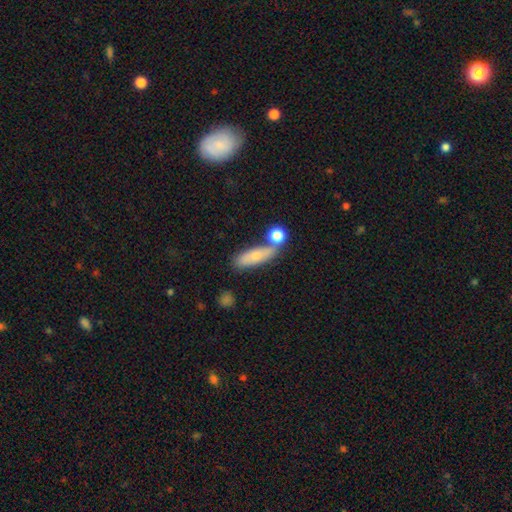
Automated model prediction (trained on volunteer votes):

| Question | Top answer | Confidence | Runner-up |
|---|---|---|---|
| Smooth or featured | smooth | 68% | featured or disk (24%) |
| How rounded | in between | 49% | cigar-shaped (45%) |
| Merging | none | 58% | merger (21%) |